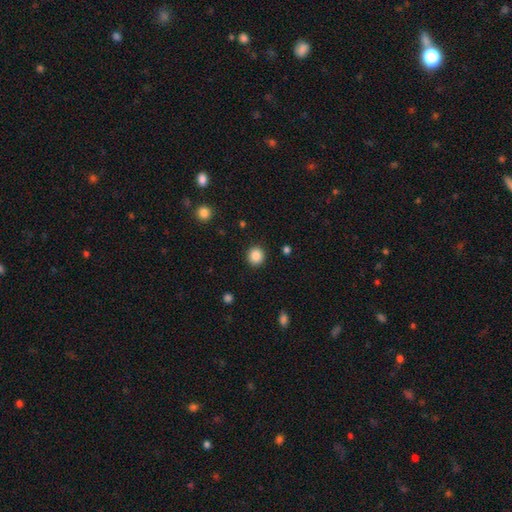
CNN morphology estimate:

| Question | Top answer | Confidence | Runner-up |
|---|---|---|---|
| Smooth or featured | smooth | 87% | star or artifact (10%) |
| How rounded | round | 92% | in between (7%) |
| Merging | none | 91% | minor disturbance (5%) |